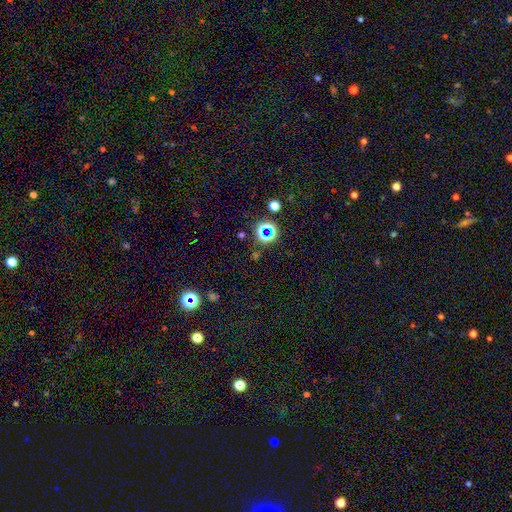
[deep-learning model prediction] A star or artifact, not a galaxy (63%).